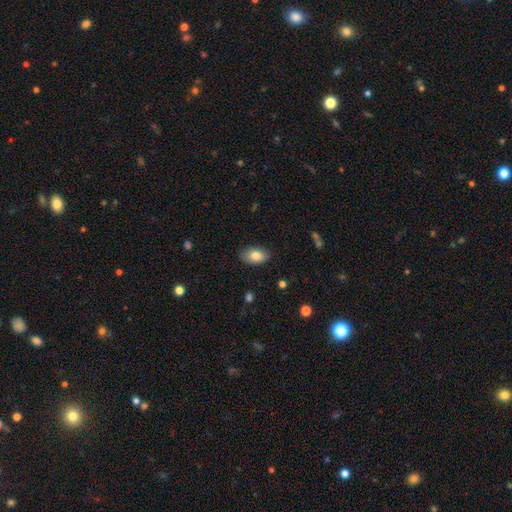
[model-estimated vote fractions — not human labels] Smooth or featured: smooth — 82% (featured or disk — 12%)
How rounded: in between — 93% (round — 6%)
Merging: none — 84% (minor disturbance — 13%)